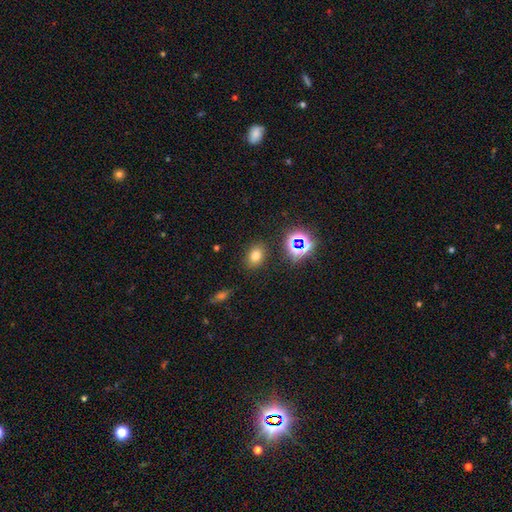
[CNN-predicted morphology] Overall: smooth (71%). How rounded: in between (66%; round 33%). Merging: none (86%).